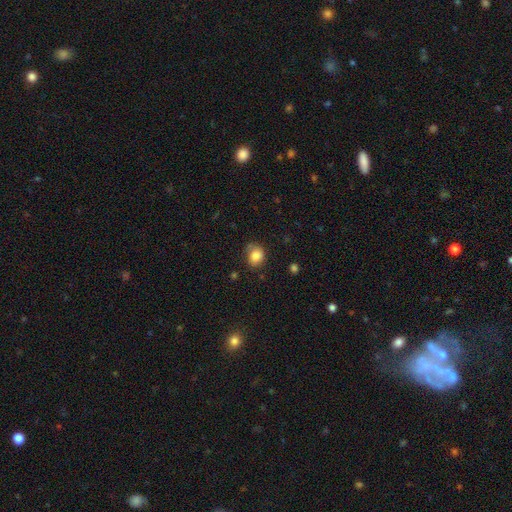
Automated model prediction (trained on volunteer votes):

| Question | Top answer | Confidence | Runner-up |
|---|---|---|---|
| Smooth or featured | smooth | 82% | star or artifact (9%) |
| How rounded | round | 58% | in between (41%) |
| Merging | none | 60% | minor disturbance (27%) |